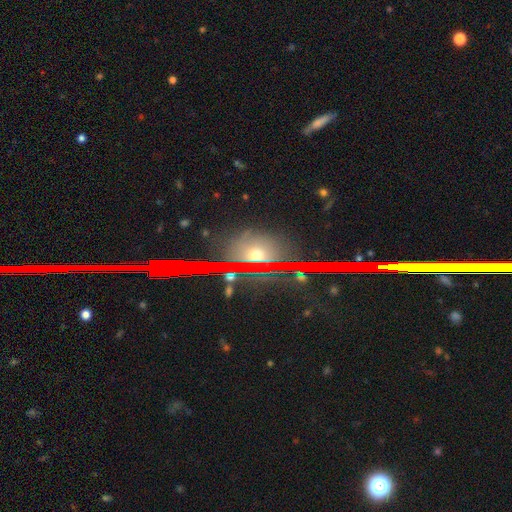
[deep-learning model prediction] Smooth or featured: star or artifact — 42% (tied with smooth — 42%)